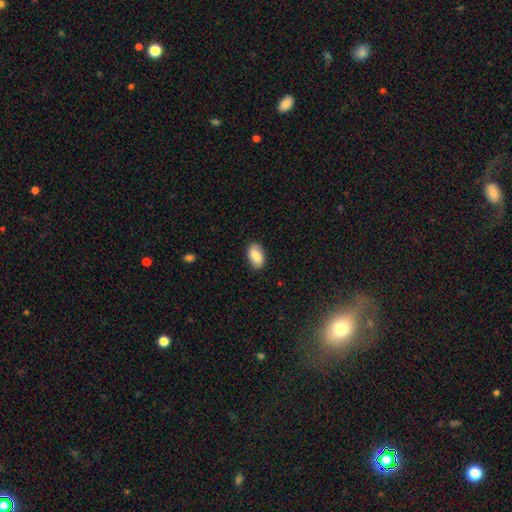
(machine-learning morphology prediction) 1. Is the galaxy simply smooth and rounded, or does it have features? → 85% smooth, 9% featured or disk, 7% star or artifact.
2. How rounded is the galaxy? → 93% in between, 6% round, 2% cigar-shaped.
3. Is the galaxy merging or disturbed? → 87% none, 10% minor disturbance, 2% major disturbance, 1% merger.